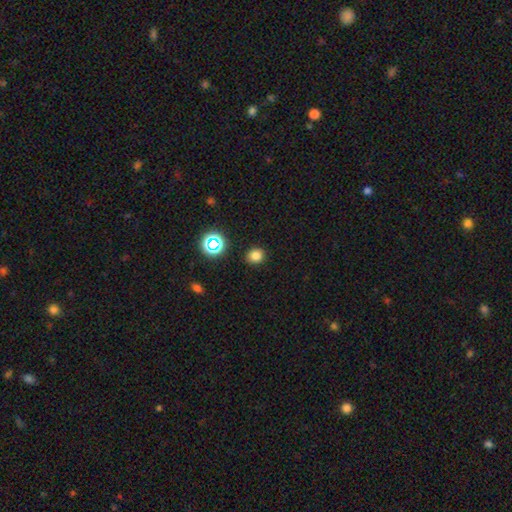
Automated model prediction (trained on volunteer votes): Smooth or featured? smooth (78%)
How rounded? round (76%)
Merging? none (89%)